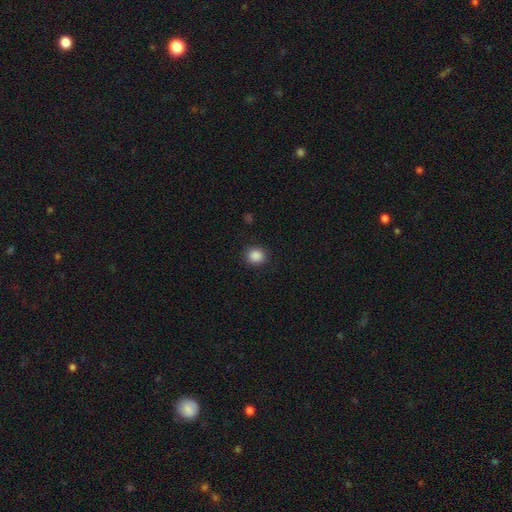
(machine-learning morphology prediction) smooth-or-featured: smooth: 88% | star or artifact: 10% | featured or disk: 3%
  how-rounded: round: 82% | in between: 18% | cigar-shaped: 1%
  merging: none: 89% | minor disturbance: 8% | major disturbance: 2% | merger: 1%